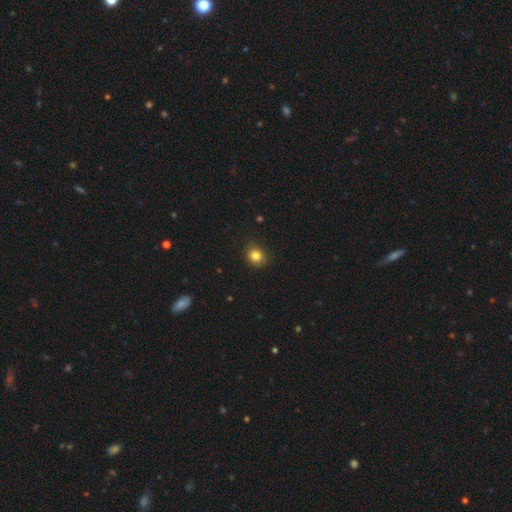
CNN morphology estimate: Smooth or featured? smooth (84%)
How rounded? round (78%)
Merging? none (87%)